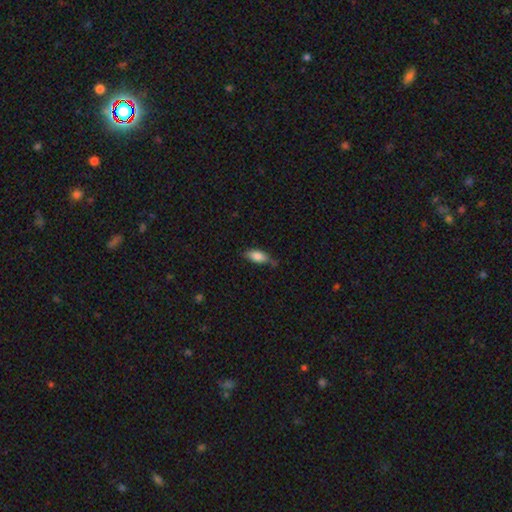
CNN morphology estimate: A smooth galaxy with no disk features (81%) that is in between round and cigar-shaped (81%).

Vote fractions:
- Smooth or featured? smooth: 81% / featured or disk: 12% / star or artifact: 7%
- How rounded? in between: 81% / cigar-shaped: 17% / round: 3%
- Merging? none: 62% / minor disturbance: 29% / major disturbance: 6% / merger: 4%